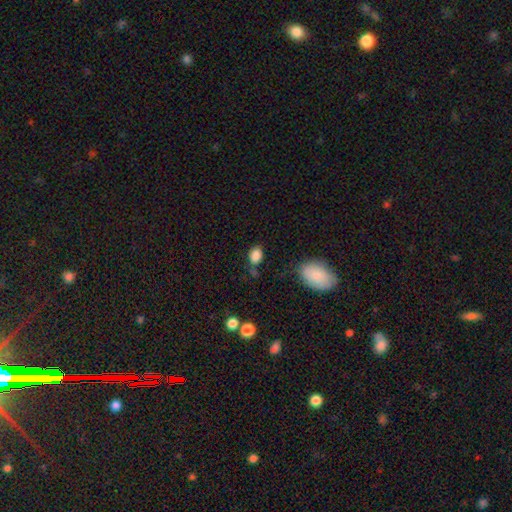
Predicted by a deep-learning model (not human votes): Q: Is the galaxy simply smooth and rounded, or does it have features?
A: smooth — 86%.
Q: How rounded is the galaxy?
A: in between — 79%.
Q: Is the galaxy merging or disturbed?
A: none — 67%.